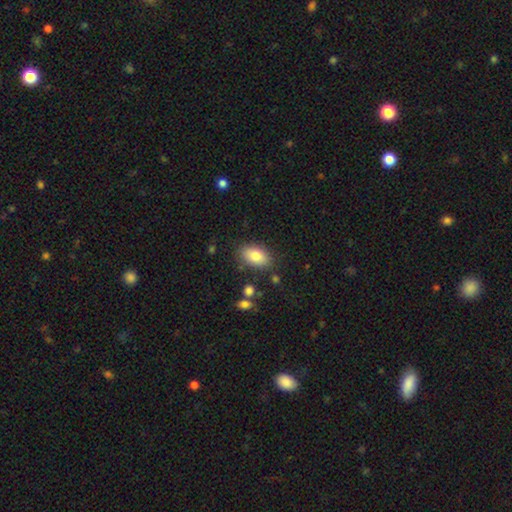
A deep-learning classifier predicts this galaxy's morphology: Q: Smooth or featured?
A: smooth (81%); runner-up: featured or disk (11%)
Q: How rounded?
A: in between (90%); runner-up: round (8%)
Q: Merging?
A: none (83%); runner-up: minor disturbance (11%)